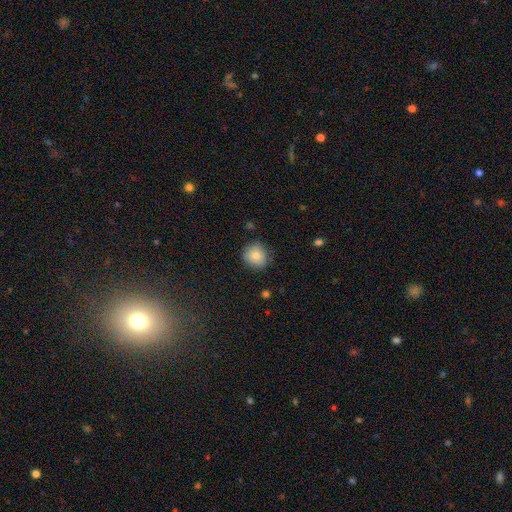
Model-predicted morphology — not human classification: Smooth or featured: smooth — 81% (featured or disk — 10%)
How rounded: round — 83% (in between — 16%)
Merging: none — 77% (minor disturbance — 18%)